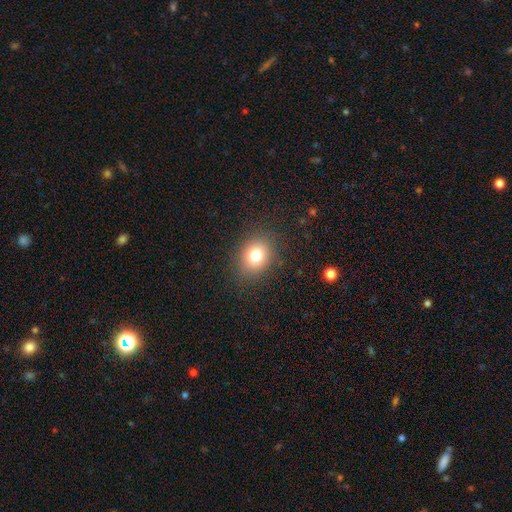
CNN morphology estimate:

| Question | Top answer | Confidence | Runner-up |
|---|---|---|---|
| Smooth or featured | smooth | 78% | star or artifact (12%) |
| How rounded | round | 53% | in between (46%) |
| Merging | none | 85% | minor disturbance (10%) |